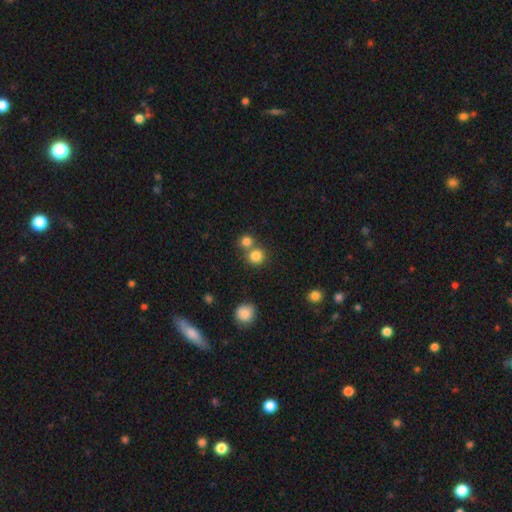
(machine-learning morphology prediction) Smooth or featured? smooth (82%)
How rounded? round (88%)
Merging? none (58%)